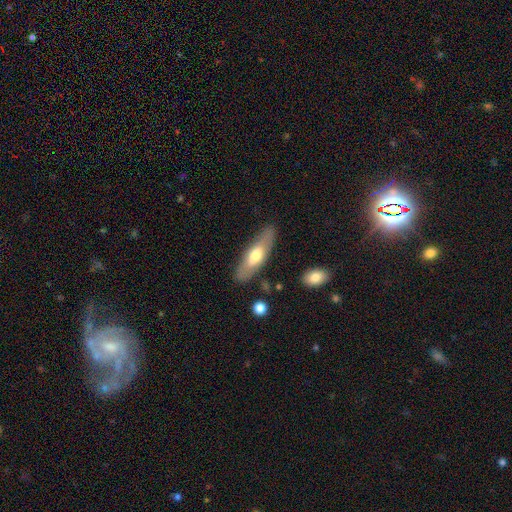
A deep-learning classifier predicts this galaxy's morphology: smooth-or-featured: smooth: 55% | featured or disk: 39% | star or artifact: 6%
  how-rounded: cigar-shaped: 50% | in between: 48% | round: 2%
  merging: none: 82% | minor disturbance: 13% | major disturbance: 3% | merger: 2%